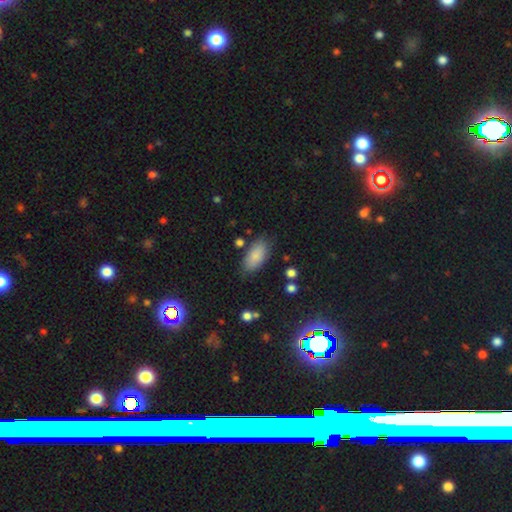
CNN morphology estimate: Smooth or featured: smooth — 85% (featured or disk — 8%)
How rounded: in between — 91% (cigar-shaped — 6%)
Merging: none — 77% (minor disturbance — 15%)